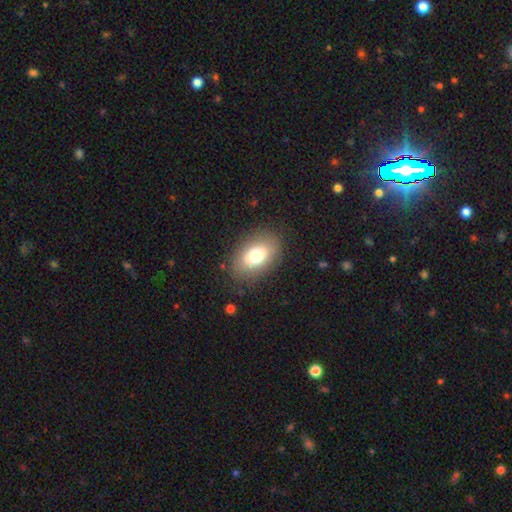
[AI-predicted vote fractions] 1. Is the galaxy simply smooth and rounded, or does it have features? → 73% smooth, 18% featured or disk, 9% star or artifact.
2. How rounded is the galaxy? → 87% in between, 12% round, 1% cigar-shaped.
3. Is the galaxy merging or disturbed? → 82% none, 12% minor disturbance, 5% major disturbance, 1% merger.